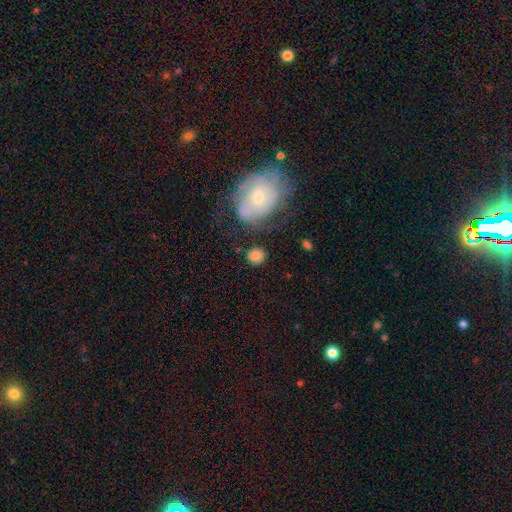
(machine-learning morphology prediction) Smooth or featured? smooth (80%)
How rounded? round (82%)
Merging? none (75%)